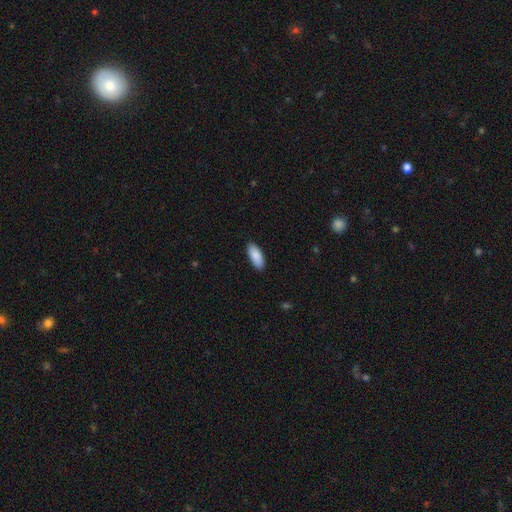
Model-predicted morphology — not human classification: The model was most divided on "how rounded": in between: 84%, cigar-shaped: 14%, round: 2%. More confident: smooth or featured — smooth (90%); merging — none (89%).